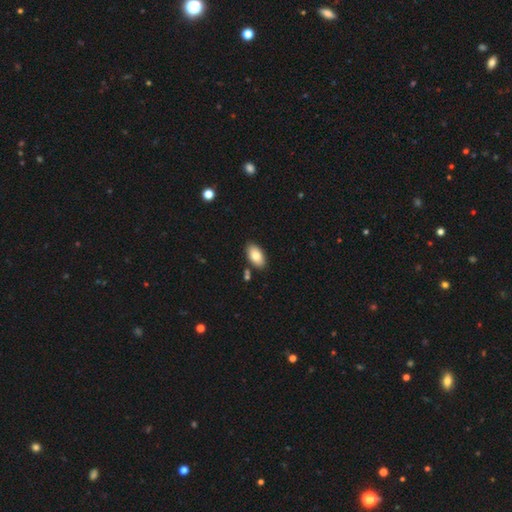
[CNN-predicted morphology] smooth-or-featured: smooth: 82% | featured or disk: 11% | star or artifact: 7%
  how-rounded: in between: 94% | round: 3% | cigar-shaped: 3%
  merging: none: 84% | minor disturbance: 10% | merger: 4% | major disturbance: 2%